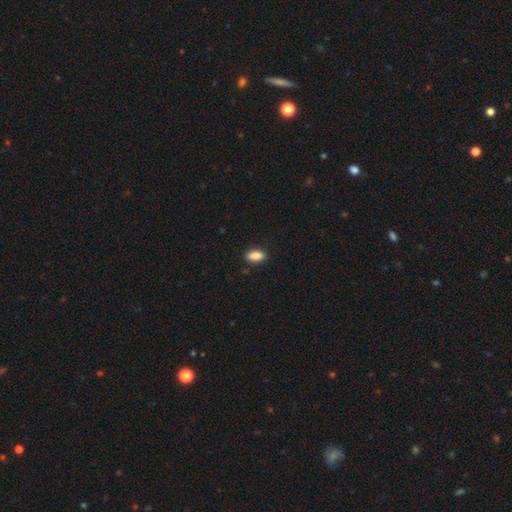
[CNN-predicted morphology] smooth-or-featured: smooth: 89% | star or artifact: 7% | featured or disk: 4%
  how-rounded: in between: 89% | cigar-shaped: 7% | round: 4%
  merging: none: 88% | minor disturbance: 9% | major disturbance: 2% | merger: 1%